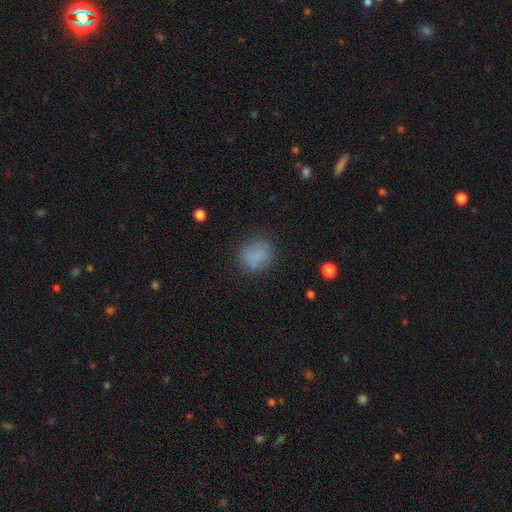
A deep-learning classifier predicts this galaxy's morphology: Smooth or featured? Predicted: smooth (p=0.79). How rounded? Predicted: round (p=0.61). Merging? Predicted: none (p=0.74).